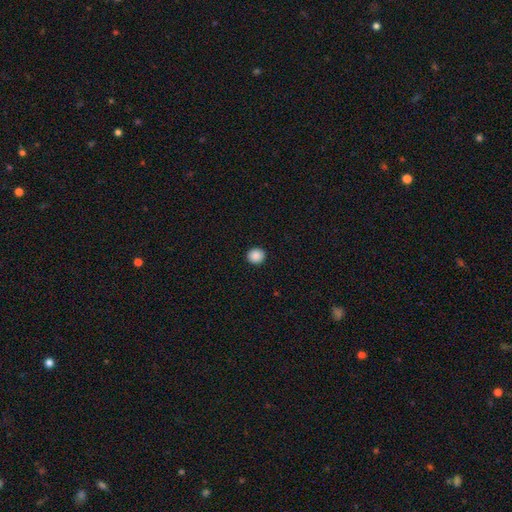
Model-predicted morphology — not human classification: This appears to be a smooth galaxy with no disk features (89%) that is round (89%). Merging: none (93%).